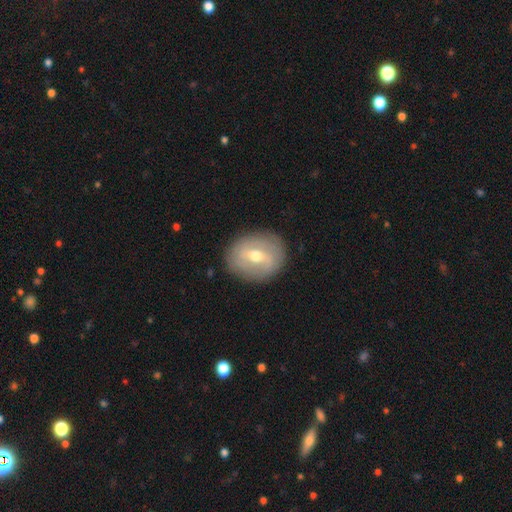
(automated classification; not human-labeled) smooth_or_featured: featured or disk (p=0.58) [alt: smooth p=0.35]
disk_edge_on: no (p=0.94) [alt: yes p=0.06]
bar: weak (p=0.51) [alt: strong p=0.26]
has_spiral_arms: no (p=0.52) [alt: yes p=0.48]
bulge_size: moderate (p=0.71) [alt: small p=0.23]
merging: none (p=0.85) [alt: minor disturbance p=0.11]